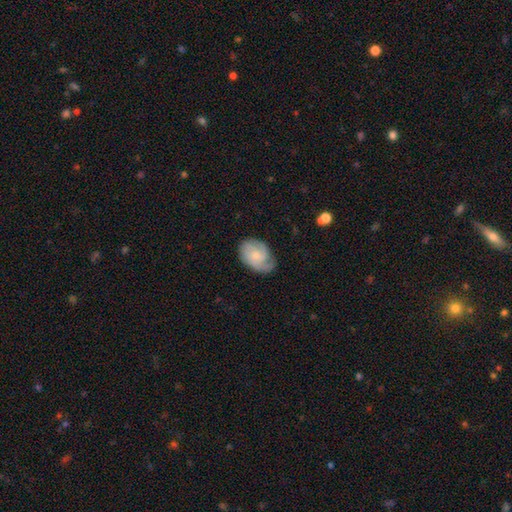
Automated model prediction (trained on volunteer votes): A featured or disk galaxy (57%) with no bar (71%), spiral arms (89%) and a small central bulge (59%). Merging: none (61%).